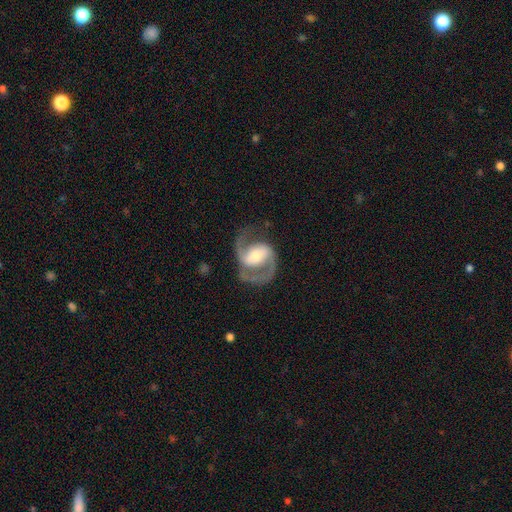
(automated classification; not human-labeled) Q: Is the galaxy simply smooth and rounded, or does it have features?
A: featured or disk — 89%.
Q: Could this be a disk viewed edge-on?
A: no — 98%.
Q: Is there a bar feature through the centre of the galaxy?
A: weak — 40%.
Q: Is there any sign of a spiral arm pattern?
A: yes — 96%.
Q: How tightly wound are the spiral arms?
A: medium — 60%.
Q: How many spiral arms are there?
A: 2 — 92%.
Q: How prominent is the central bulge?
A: moderate — 60%.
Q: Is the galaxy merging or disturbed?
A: none — 73%.